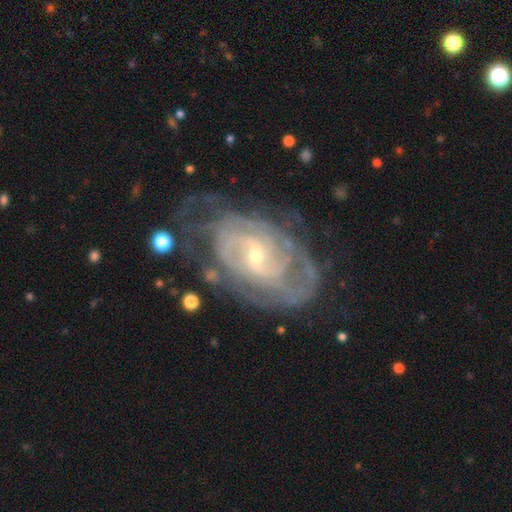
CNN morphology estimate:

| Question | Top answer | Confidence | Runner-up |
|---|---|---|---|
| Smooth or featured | featured or disk | 88% | smooth (6%) |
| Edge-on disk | no | 96% | yes (4%) |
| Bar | no | 45% | weak (42%) |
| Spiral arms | yes | 95% | no (5%) |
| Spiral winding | tight | 67% | medium (27%) |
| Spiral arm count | can't tell | 37% | 2 (27%) |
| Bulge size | small | 71% | moderate (25%) |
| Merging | none | 61% | minor disturbance (23%) |